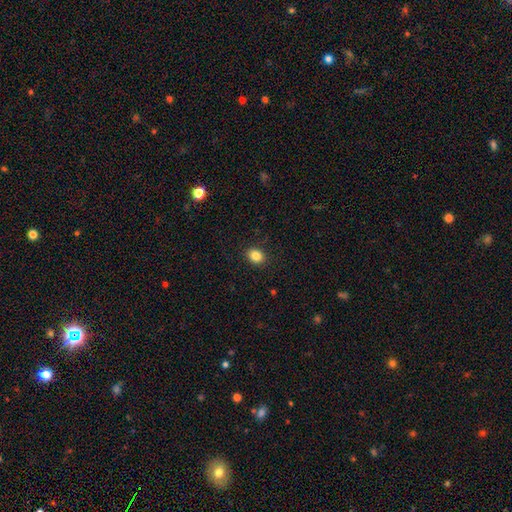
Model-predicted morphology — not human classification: Overall: smooth (85%). How rounded: round (55%; in between 45%). Merging: none (90%).